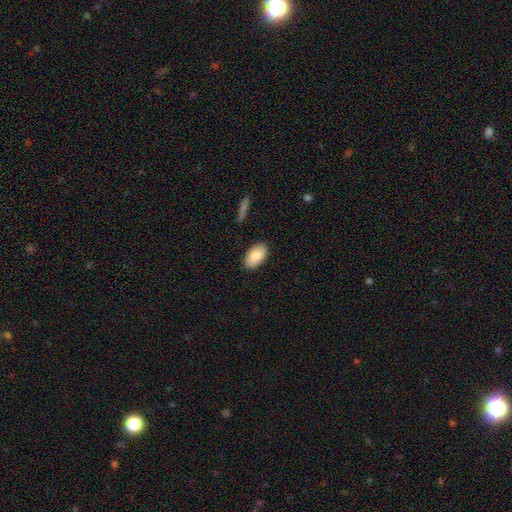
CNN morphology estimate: A smooth galaxy with no disk features (86%) that is in between round and cigar-shaped (94%).

Vote fractions:
- Smooth or featured? smooth: 86% / featured or disk: 8% / star or artifact: 6%
- How rounded? in between: 94% / round: 4% / cigar-shaped: 2%
- Merging? none: 87% / minor disturbance: 9% / major disturbance: 2% / merger: 1%